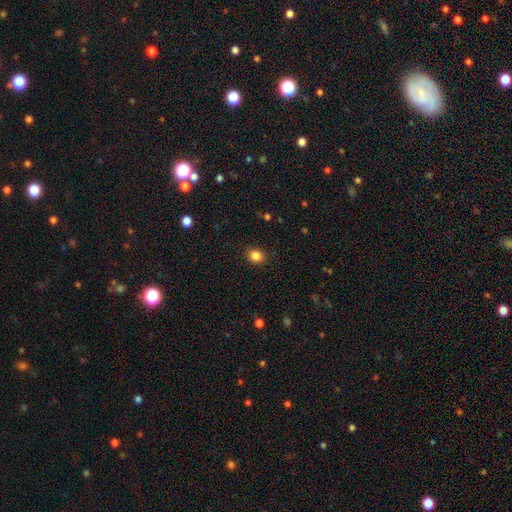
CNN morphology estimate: type=smooth (85%); roundness=round (60%); merging=none (89%).